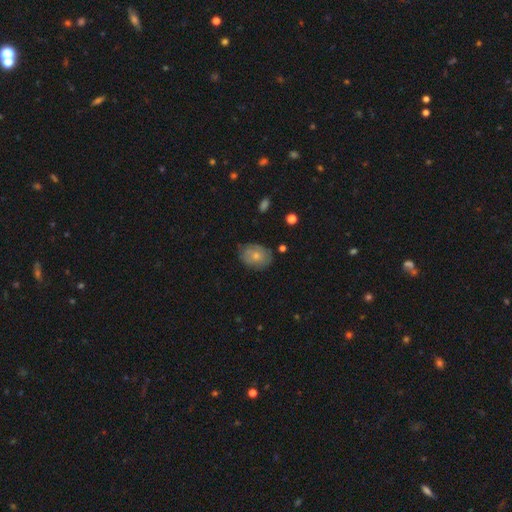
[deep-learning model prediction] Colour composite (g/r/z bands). It shows a smooth galaxy with no disk features (57%) that is in between round and cigar-shaped (69%). Merging: none (68%).